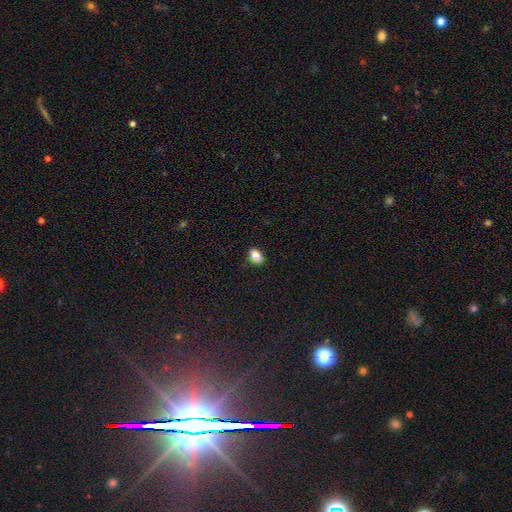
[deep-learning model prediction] The model was most divided on "how rounded": in between: 84%, round: 14%, cigar-shaped: 2%. More confident: merging — none (89%); smooth or featured — smooth (84%).